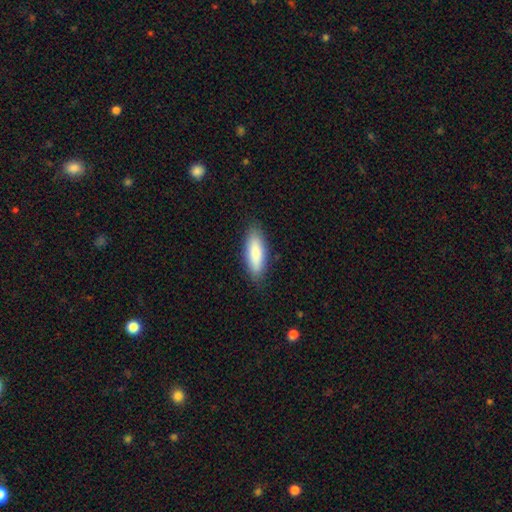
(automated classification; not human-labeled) Smooth or featured?
  - smooth: 84% *
  - featured or disk: 10%
  - star or artifact: 6%
How rounded?
  - in between: 54% *
  - cigar-shaped: 45%
  - round: 2%
Merging?
  - none: 86% *
  - minor disturbance: 11%
  - major disturbance: 2%
  - merger: 1%